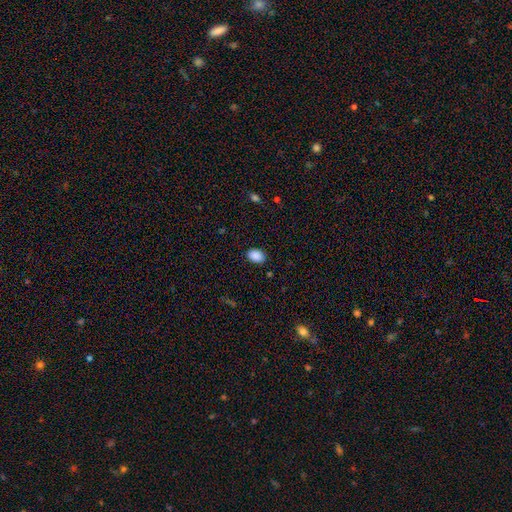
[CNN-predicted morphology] A smooth galaxy with no disk features (89%) that is in between round and cigar-shaped (81%). Merging: none (87%).